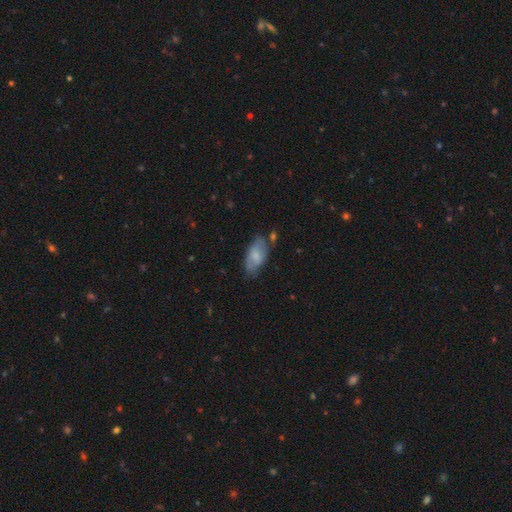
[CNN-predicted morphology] Smooth or featured?
  - smooth: 70% *
  - featured or disk: 23%
  - star or artifact: 7%
How rounded?
  - in between: 91% *
  - cigar-shaped: 6%
  - round: 3%
Merging?
  - none: 59% *
  - minor disturbance: 27%
  - major disturbance: 8%
  - merger: 5%